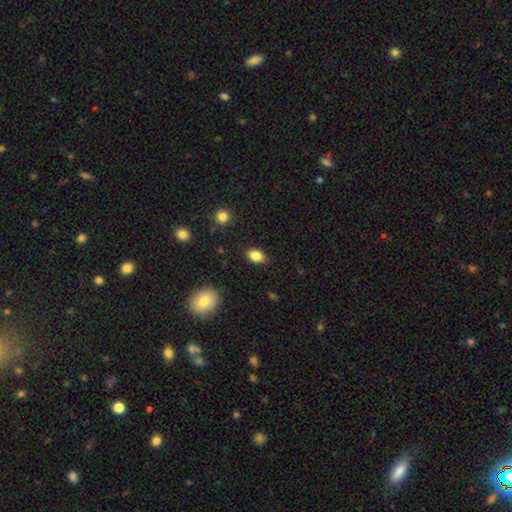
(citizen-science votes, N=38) Smooth or featured? smooth (92%)
How rounded? in between (86%)
Merging? none (87%)